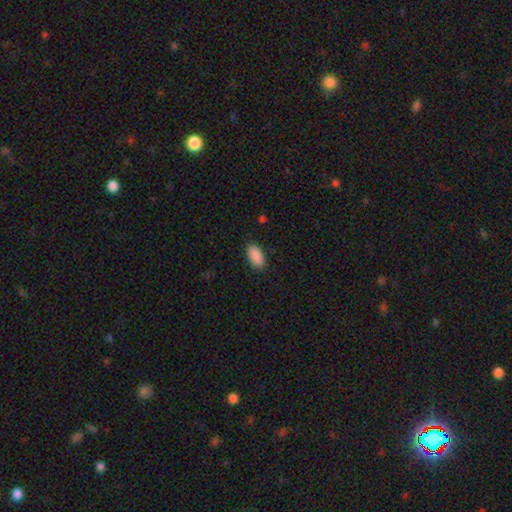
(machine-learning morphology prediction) smooth_or_featured: smooth (p=0.91) [alt: star or artifact p=0.07]
how_rounded: in between (p=0.93) [alt: cigar-shaped p=0.05]
merging: none (p=0.88) [alt: minor disturbance p=0.09]